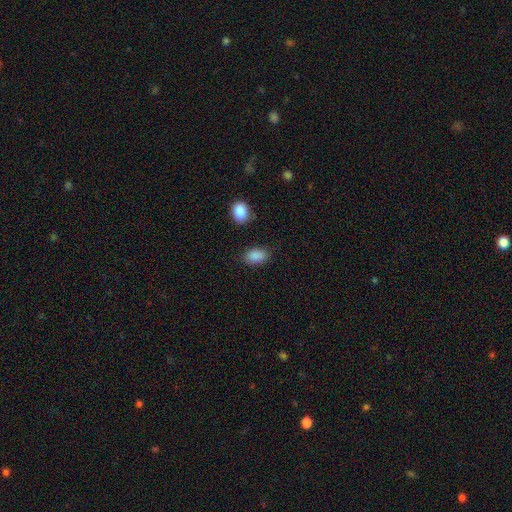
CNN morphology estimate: Overall: smooth (88%). How rounded: in between (88%). Merging: none (81%).